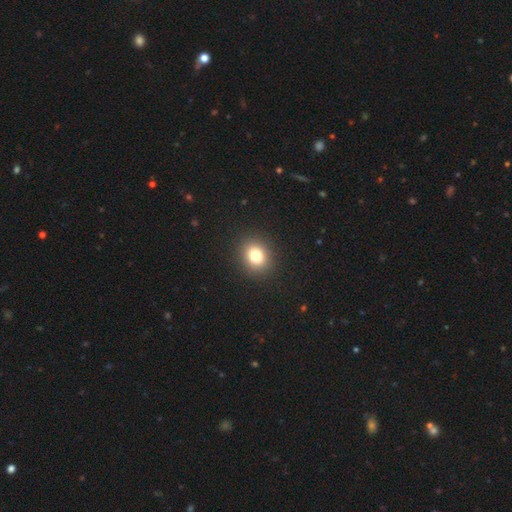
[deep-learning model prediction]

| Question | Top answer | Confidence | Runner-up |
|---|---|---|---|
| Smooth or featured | smooth | 79% | star or artifact (13%) |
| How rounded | round | 64% | in between (36%) |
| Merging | none | 89% | minor disturbance (7%) |